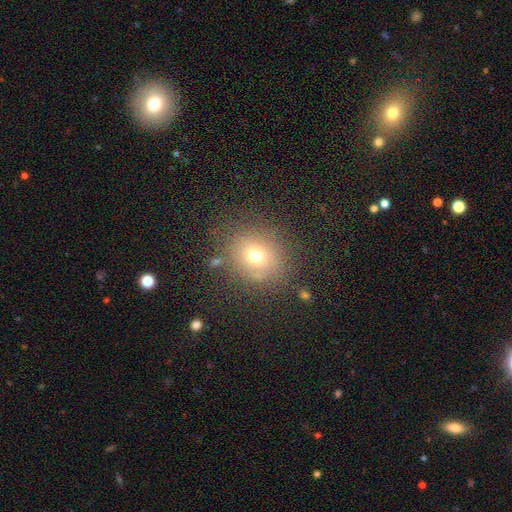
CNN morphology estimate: This is likely a smooth galaxy (70%). How rounded: likely round (78%). Merging: likely none (78%).